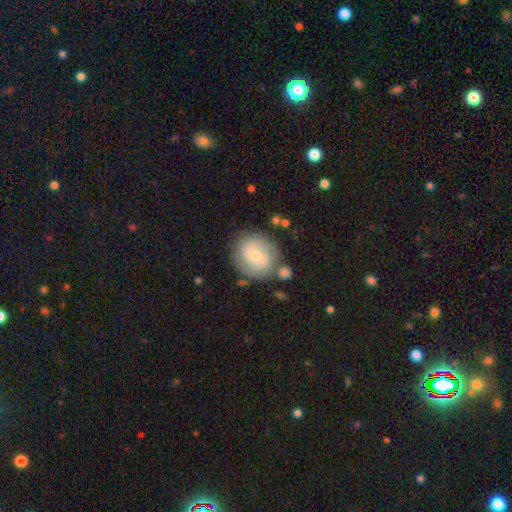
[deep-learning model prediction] Q: Smooth or featured?
A: featured or disk (60%); runner-up: smooth (34%)
Q: Edge-on disk?
A: no (97%); runner-up: yes (3%)
Q: Bar?
A: weak (49%); runner-up: no (38%)
Q: Spiral arms?
A: yes (87%); runner-up: no (13%)
Q: Spiral winding?
A: medium (43%); runner-up: tight (37%)
Q: Spiral arm count?
A: 2 (77%); runner-up: can't tell (13%)
Q: Bulge size?
A: small (65%); runner-up: moderate (29%)
Q: Merging?
A: none (73%); runner-up: minor disturbance (13%)